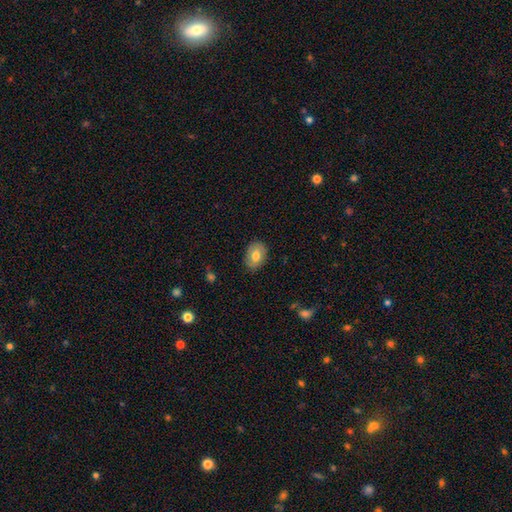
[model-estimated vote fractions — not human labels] smooth-or-featured: smooth: 69% | featured or disk: 24% | star or artifact: 7%
  how-rounded: in between: 75% | round: 24% | cigar-shaped: 1%
  merging: none: 82% | minor disturbance: 14% | major disturbance: 3% | merger: 1%